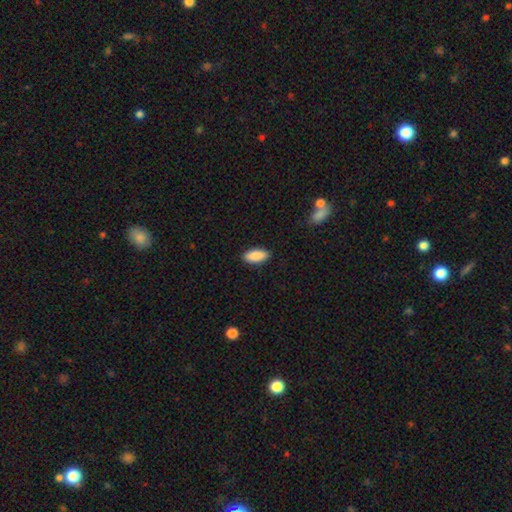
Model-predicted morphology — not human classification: smooth 90%, star or artifact 6%, featured or disk 4%. Down the decision tree: how rounded — in between (85%); merging — none (88%).